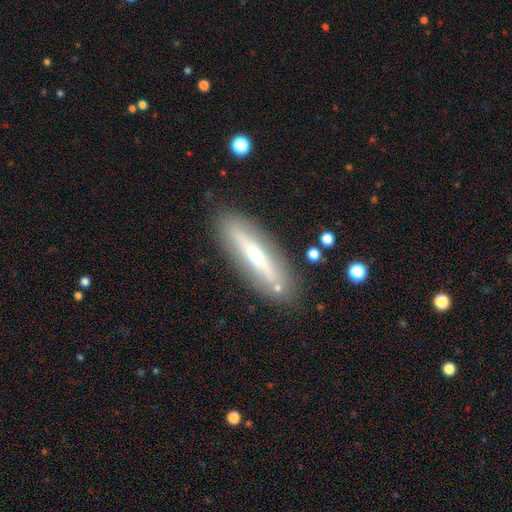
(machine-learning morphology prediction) Q: Smooth or featured?
A: featured or disk (62%); runner-up: smooth (31%)
Q: Edge-on disk?
A: yes (75%); runner-up: no (25%)
Q: Merging?
A: none (84%); runner-up: minor disturbance (10%)